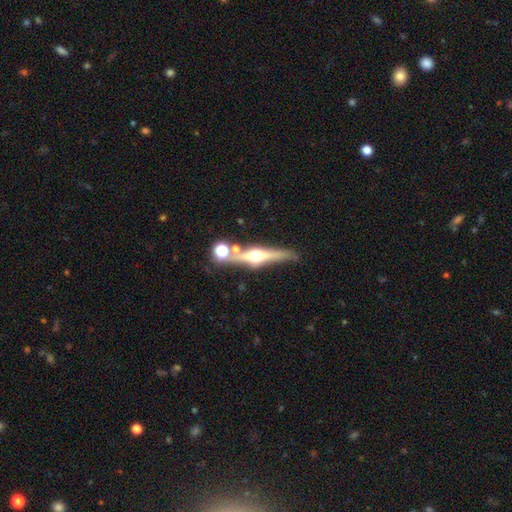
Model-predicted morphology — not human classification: Smooth or featured? featured or disk (77%)
Edge-on disk? yes (96%)
Edge-on bulge? rounded (96%)
Merging? none (76%)